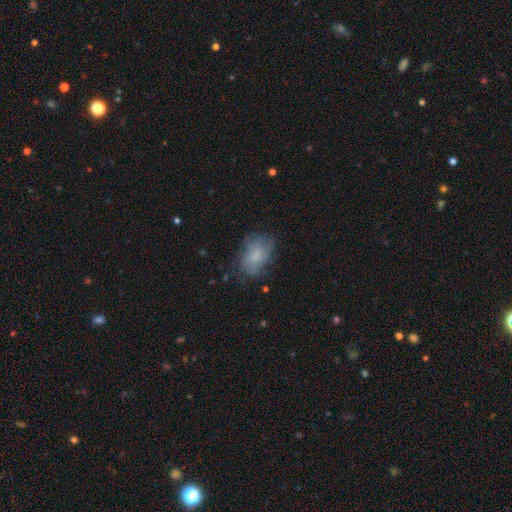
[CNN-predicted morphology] Smooth or featured?
  - smooth: 65% *
  - featured or disk: 25%
  - star or artifact: 10%
How rounded?
  - in between: 78% *
  - round: 20%
  - cigar-shaped: 2%
Merging?
  - none: 61% *
  - minor disturbance: 25%
  - major disturbance: 12%
  - merger: 2%